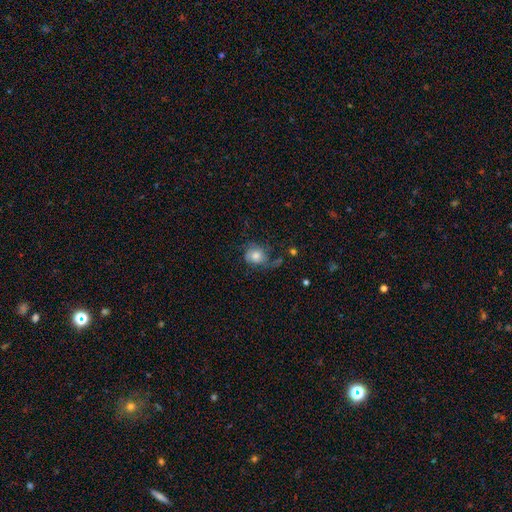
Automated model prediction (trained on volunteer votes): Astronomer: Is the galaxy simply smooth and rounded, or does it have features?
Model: smooth — 59%.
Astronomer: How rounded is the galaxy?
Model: round — 72%.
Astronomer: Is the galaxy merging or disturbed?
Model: none — 48% (runner-up: minor disturbance, 26%).